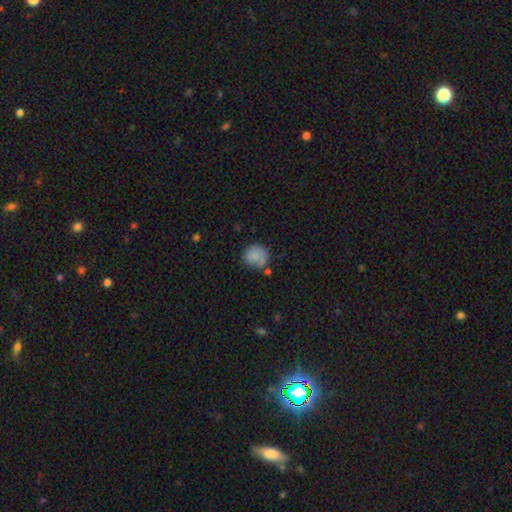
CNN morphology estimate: Smooth or featured? Predicted: smooth (p=0.82). How rounded? Predicted: round (p=0.81). Merging? Predicted: none (p=0.61).